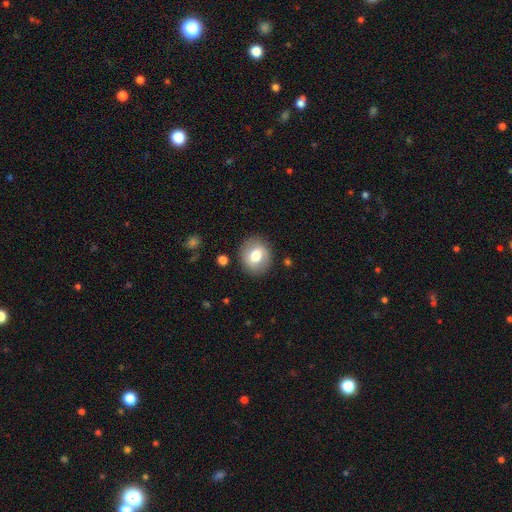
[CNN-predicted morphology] A smooth galaxy with no disk features (70%) that is round (74%). Merging: none (86%).